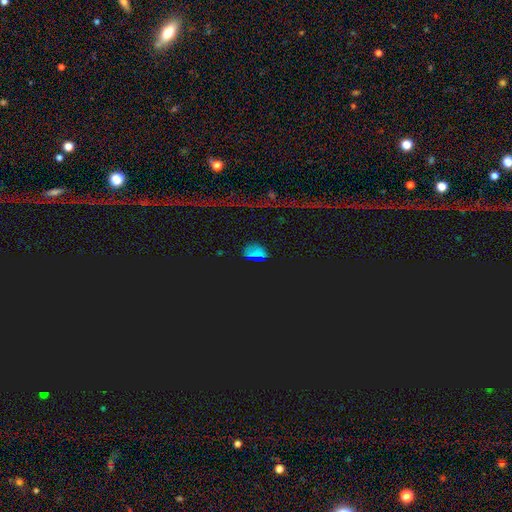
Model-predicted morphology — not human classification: Smooth or featured: star or artifact — 64% (smooth — 25%)